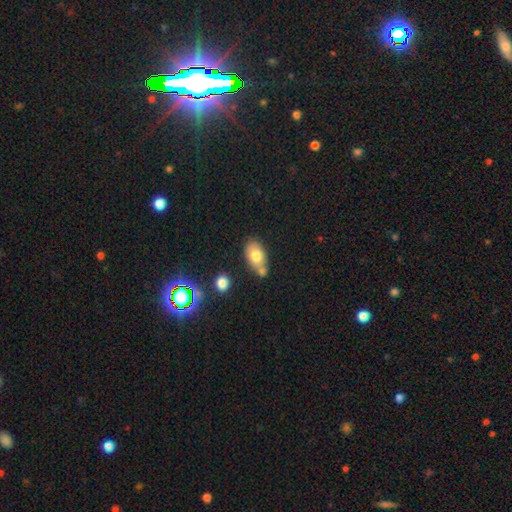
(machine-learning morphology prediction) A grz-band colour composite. It shows a smooth galaxy with no disk features (77%) that is in between round and cigar-shaped (89%). Merging: none (56%).